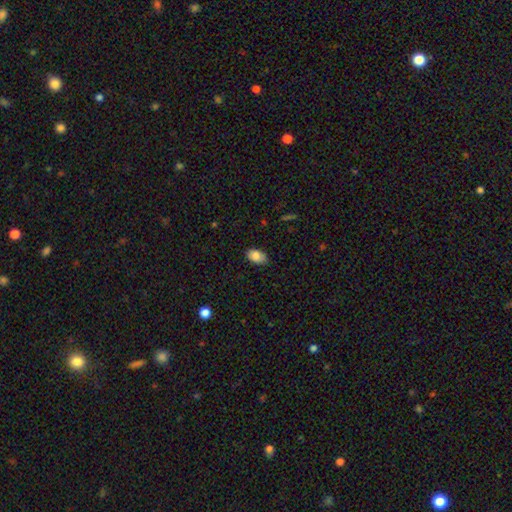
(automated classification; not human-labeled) The model was most divided on "merging": none: 82%, minor disturbance: 15%, major disturbance: 2%, merger: 1%. More confident: how rounded — in between (92%); smooth or featured — smooth (85%).